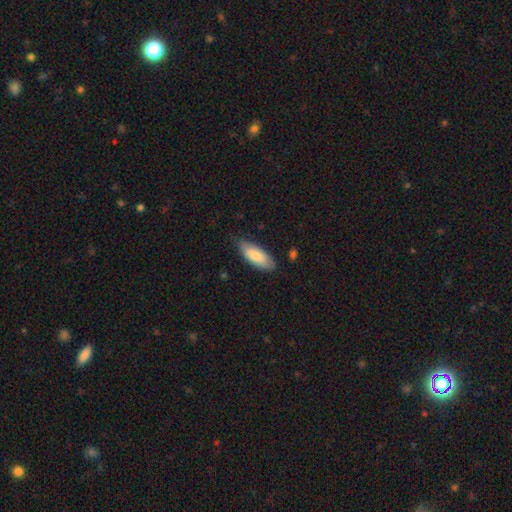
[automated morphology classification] Overall: smooth (82%). How rounded: in between (75%). Merging: none (76%).